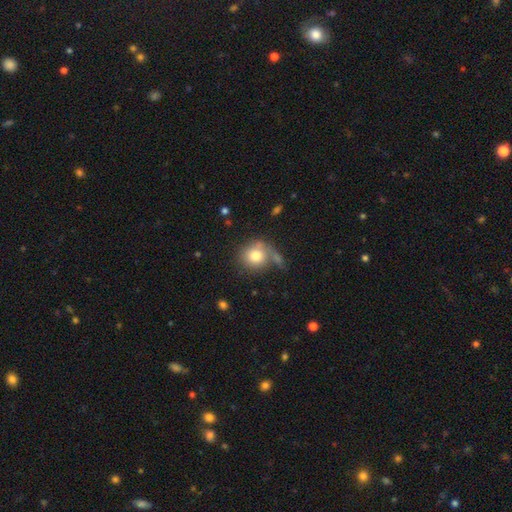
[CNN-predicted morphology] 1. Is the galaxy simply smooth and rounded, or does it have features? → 78% smooth, 13% featured or disk, 9% star or artifact.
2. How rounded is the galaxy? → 87% round, 12% in between, 1% cigar-shaped.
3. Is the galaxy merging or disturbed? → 54% none, 18% minor disturbance, 17% merger, 12% major disturbance.